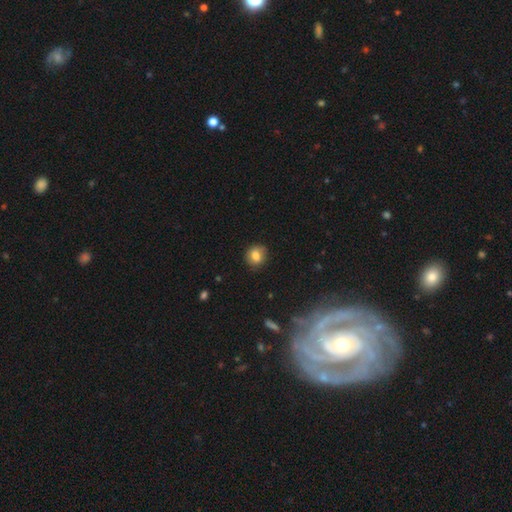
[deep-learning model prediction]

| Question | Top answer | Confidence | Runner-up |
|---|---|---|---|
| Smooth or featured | smooth | 80% | star or artifact (10%) |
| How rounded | round | 77% | in between (22%) |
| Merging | none | 83% | minor disturbance (13%) |